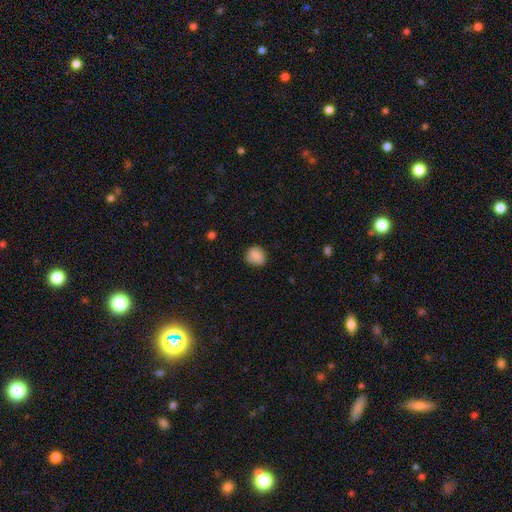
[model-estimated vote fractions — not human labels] Smooth or featured? smooth (79%)
How rounded? round (74%)
Merging? none (78%)